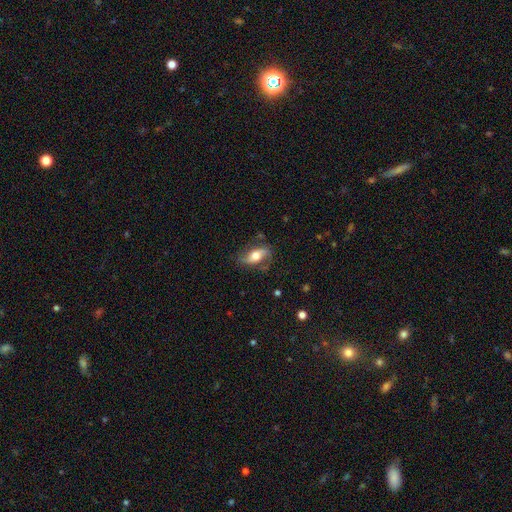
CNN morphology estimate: Smooth or featured?
  - featured or disk: 52% *
  - smooth: 41%
  - star or artifact: 7%
Edge-on disk?
  - no: 80% *
  - yes: 20%
Merging?
  - none: 66% *
  - minor disturbance: 22%
  - major disturbance: 10%
  - merger: 2%